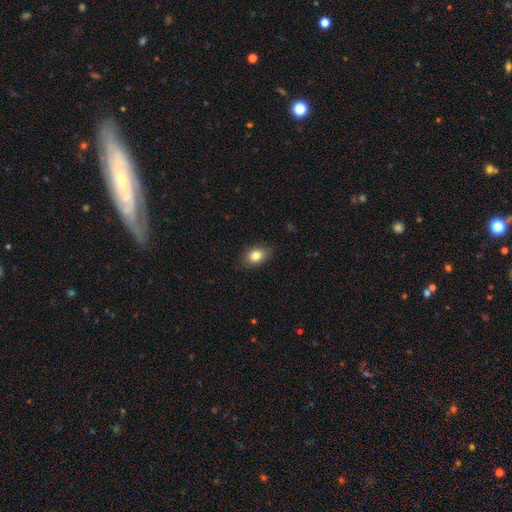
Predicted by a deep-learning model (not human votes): This is clearly a smooth galaxy (82%). How rounded: likely in between (70%). Merging: clearly none (84%).